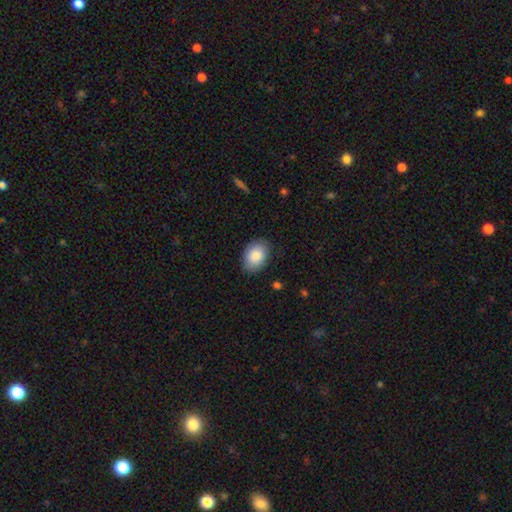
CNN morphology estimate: A smooth galaxy with no disk features (87%) that is in between round and cigar-shaped (83%). Merging: none (84%).